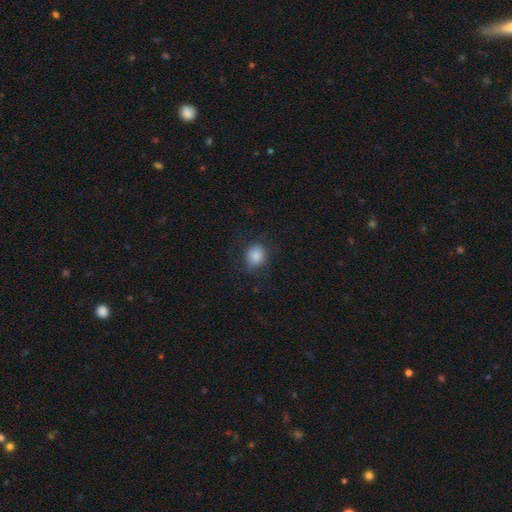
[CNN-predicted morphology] Smooth or featured: smooth — 84% (star or artifact — 9%)
How rounded: round — 72% (in between — 27%)
Merging: none — 74% (minor disturbance — 16%)